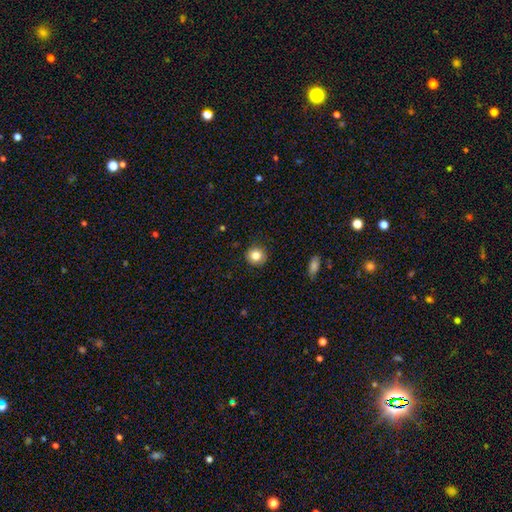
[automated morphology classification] Q: Smooth or featured?
A: smooth (83%); runner-up: star or artifact (10%)
Q: How rounded?
A: round (90%); runner-up: in between (9%)
Q: Merging?
A: none (90%); runner-up: minor disturbance (7%)